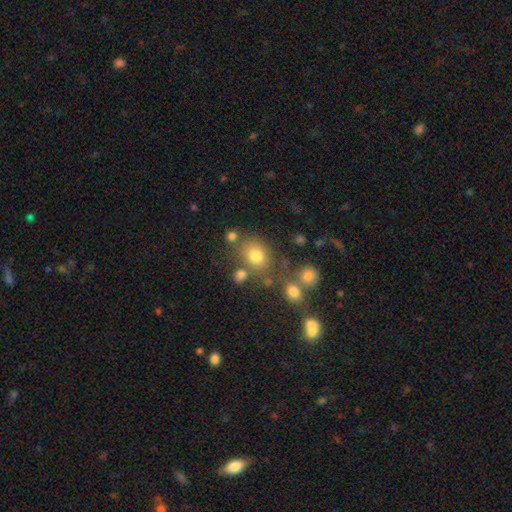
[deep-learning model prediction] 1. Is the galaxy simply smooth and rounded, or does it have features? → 75% smooth, 16% star or artifact, 9% featured or disk.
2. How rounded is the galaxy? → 65% round, 34% in between, 1% cigar-shaped.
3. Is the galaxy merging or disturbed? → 65% none, 15% merger, 13% minor disturbance, 6% major disturbance.